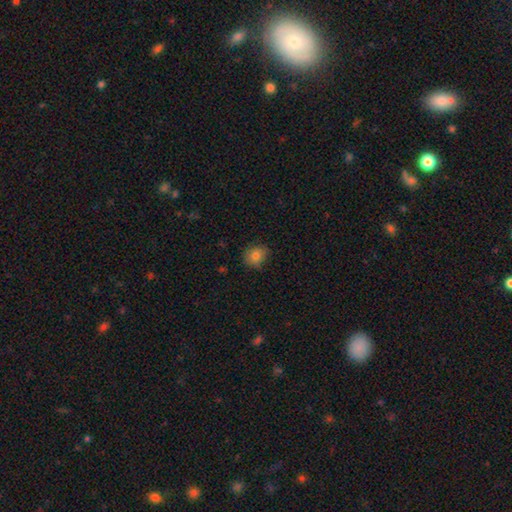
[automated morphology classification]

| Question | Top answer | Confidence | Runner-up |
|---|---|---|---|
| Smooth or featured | smooth | 81% | star or artifact (10%) |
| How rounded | round | 69% | in between (30%) |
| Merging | none | 77% | minor disturbance (19%) |